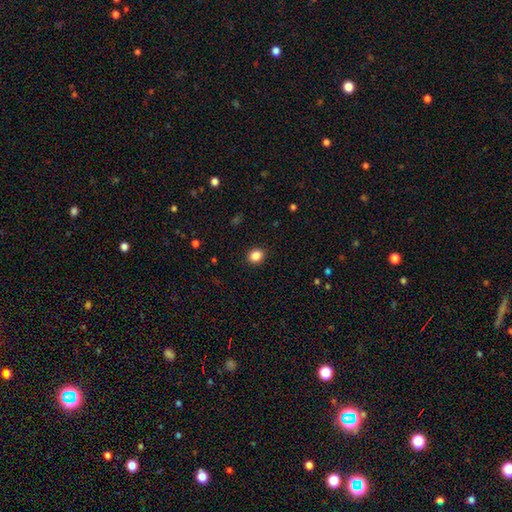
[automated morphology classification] The model was most divided on "how rounded": round: 70%, in between: 29%, cigar-shaped: 1%. More confident: merging — none (91%); smooth or featured — smooth (86%).